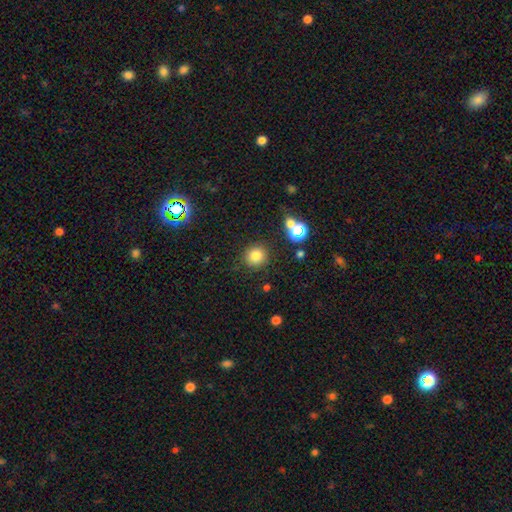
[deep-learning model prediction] Smooth or featured?
  - smooth: 79% *
  - star or artifact: 15%
  - featured or disk: 6%
How rounded?
  - round: 90% *
  - in between: 9%
  - cigar-shaped: 1%
Merging?
  - none: 85% *
  - minor disturbance: 8%
  - merger: 4%
  - major disturbance: 3%